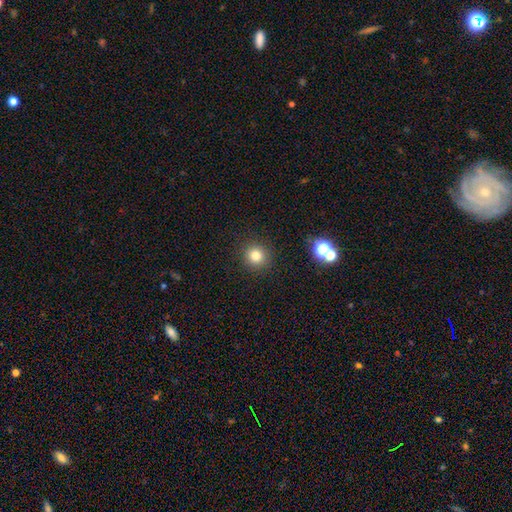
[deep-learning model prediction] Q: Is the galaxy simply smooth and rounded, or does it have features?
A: smooth — 80%.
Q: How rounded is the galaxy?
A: round — 93%.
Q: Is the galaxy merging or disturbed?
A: none — 91%.